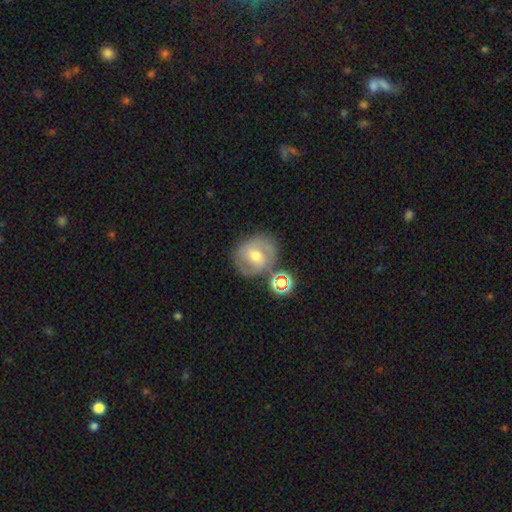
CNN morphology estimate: Overall: featured or disk (63%; smooth 27%). Edge-on disk: no (96%). Bar: weak (50%; no 31%). Spiral arms: yes (85%). Spiral arm count: 2 (73%). Spiral winding: medium (47%; tight 38%). Bulge size: moderate (64%; small 28%). Merging: none (69%).